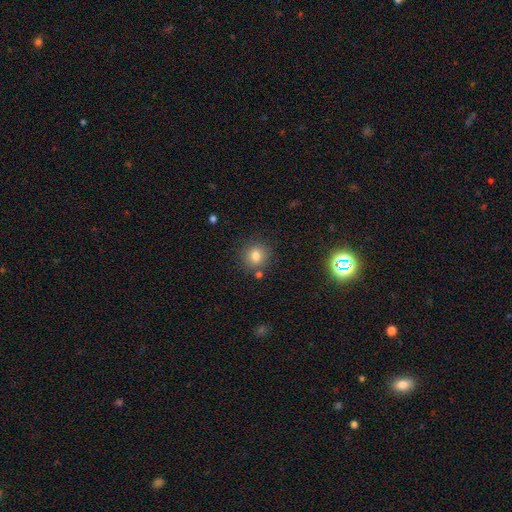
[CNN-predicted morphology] The model was most divided on "smooth or featured": smooth: 80%, star or artifact: 12%, featured or disk: 8%. More confident: how rounded — round (86%); merging — none (83%).